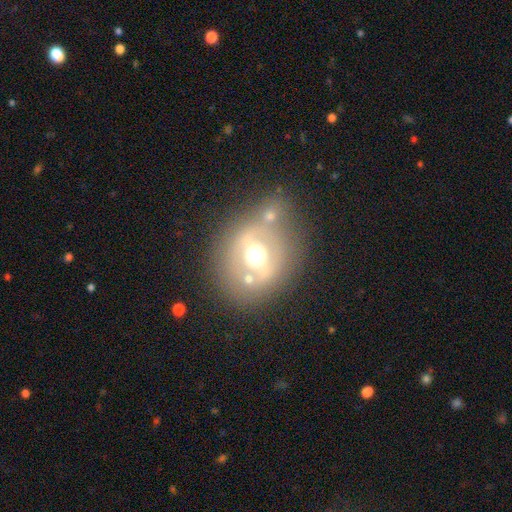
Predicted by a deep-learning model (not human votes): The model was most divided on "smooth or featured": featured or disk: 55%, smooth: 34%, star or artifact: 11%. More confident: edge-on disk — no (90%); merging — none (66%).